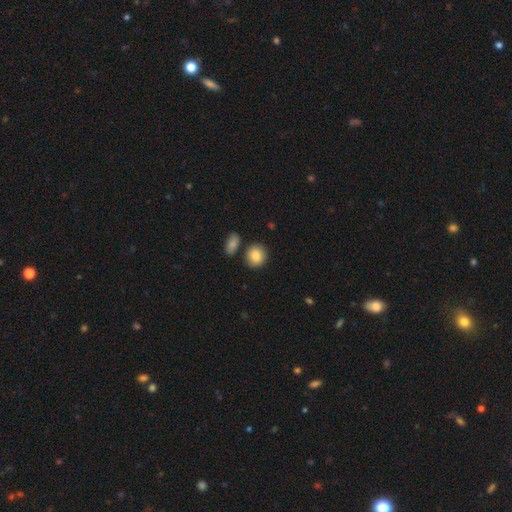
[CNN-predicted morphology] Smooth or featured?
  - smooth: 87% *
  - star or artifact: 7%
  - featured or disk: 6%
How rounded?
  - round: 74% *
  - in between: 25%
  - cigar-shaped: 1%
Merging?
  - none: 77% *
  - minor disturbance: 11%
  - merger: 9%
  - major disturbance: 3%